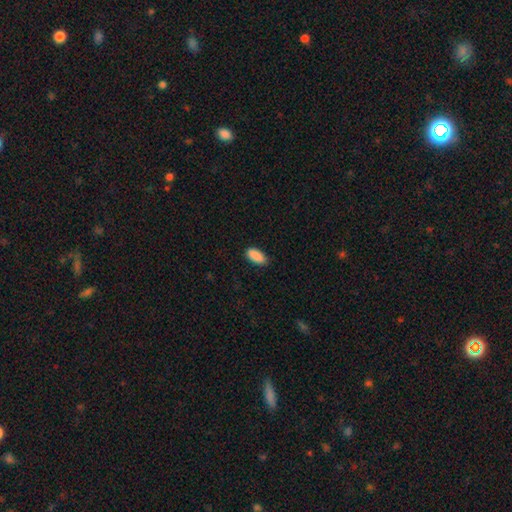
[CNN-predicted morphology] Smooth or featured?
  - smooth: 90% *
  - star or artifact: 7%
  - featured or disk: 3%
How rounded?
  - in between: 89% *
  - cigar-shaped: 9%
  - round: 2%
Merging?
  - none: 86% *
  - minor disturbance: 11%
  - major disturbance: 2%
  - merger: 1%